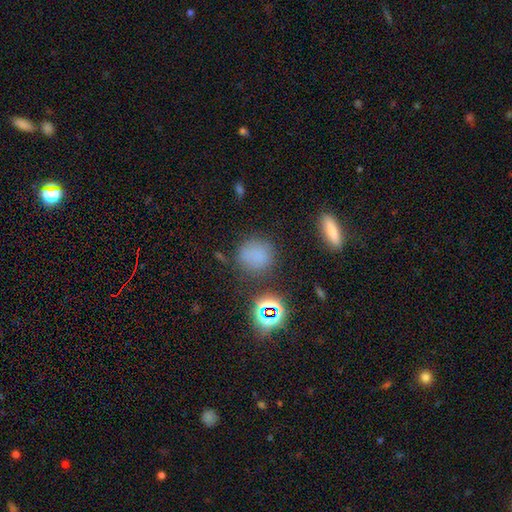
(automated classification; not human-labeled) Q: Smooth or featured?
A: smooth (71%); runner-up: star or artifact (22%)
Q: How rounded?
A: round (82%); runner-up: in between (16%)
Q: Merging?
A: none (75%); runner-up: minor disturbance (15%)